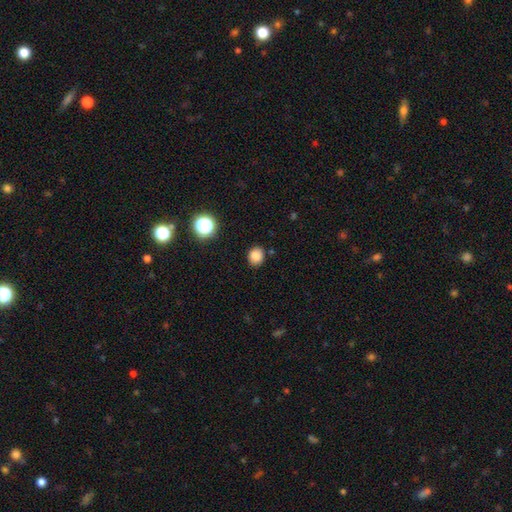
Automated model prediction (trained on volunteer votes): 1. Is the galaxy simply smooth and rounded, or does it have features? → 83% smooth, 13% star or artifact, 4% featured or disk.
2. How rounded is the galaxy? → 72% round, 27% in between, 1% cigar-shaped.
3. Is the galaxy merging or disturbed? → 86% none, 10% minor disturbance, 2% major disturbance, 2% merger.